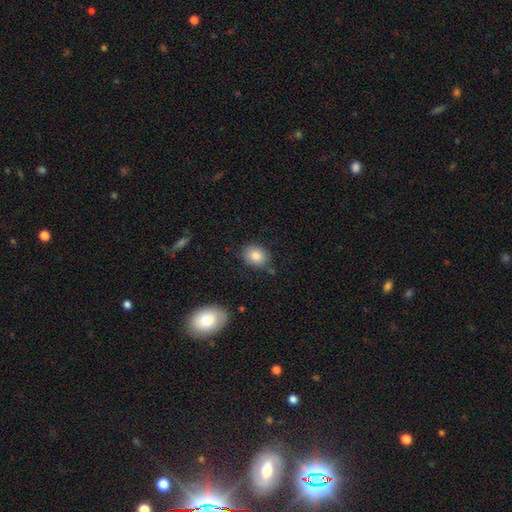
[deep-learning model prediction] The model was most divided on "how rounded": in between: 50%, round: 49%, cigar-shaped: 1%. More confident: smooth or featured — smooth (83%); merging — none (75%).